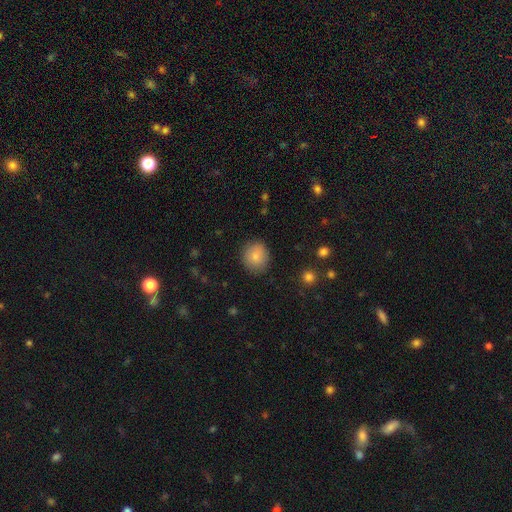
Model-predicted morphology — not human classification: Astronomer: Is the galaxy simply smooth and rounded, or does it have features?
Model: smooth — 84%.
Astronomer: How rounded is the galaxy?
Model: round — 81%.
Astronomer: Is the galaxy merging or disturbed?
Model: none — 86%.